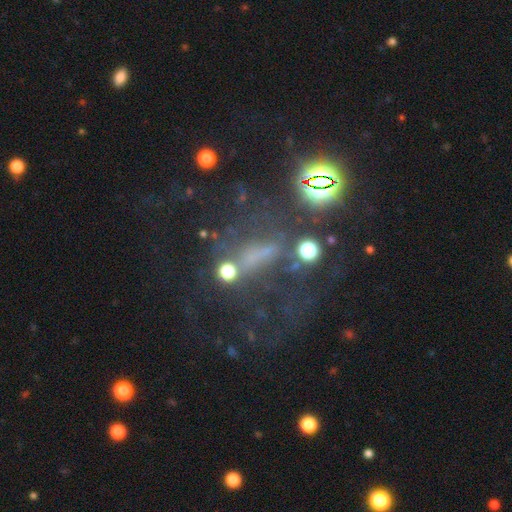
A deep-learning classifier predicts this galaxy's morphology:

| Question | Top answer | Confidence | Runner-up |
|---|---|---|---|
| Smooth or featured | star or artifact | 43% | featured or disk (35%) |